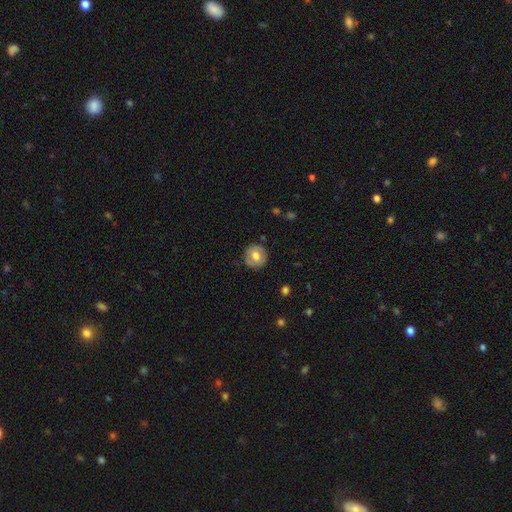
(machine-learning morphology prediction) smooth-or-featured: smooth: 66% | featured or disk: 26% | star or artifact: 8%
  how-rounded: round: 91% | in between: 8% | cigar-shaped: 1%
  merging: none: 86% | minor disturbance: 11% | major disturbance: 3% | merger: 1%